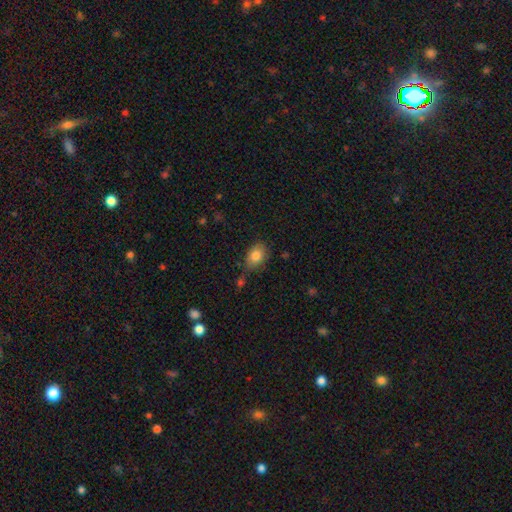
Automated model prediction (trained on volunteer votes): A smooth galaxy with no disk features (84%) that is in between round and cigar-shaped (71%).

Vote fractions:
- Smooth or featured? smooth: 84% / star or artifact: 9% / featured or disk: 8%
- How rounded? in between: 71% / round: 28% / cigar-shaped: 1%
- Merging? none: 70% / minor disturbance: 20% / merger: 5% / major disturbance: 5%